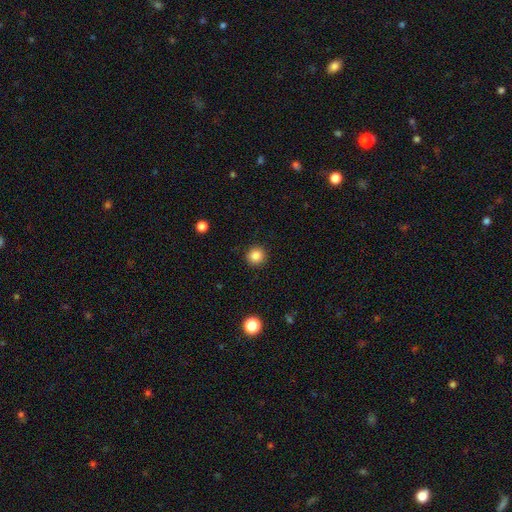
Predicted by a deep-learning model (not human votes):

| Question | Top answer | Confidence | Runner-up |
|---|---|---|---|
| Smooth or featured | smooth | 85% | star or artifact (11%) |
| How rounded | round | 95% | in between (4%) |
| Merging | none | 92% | minor disturbance (5%) |